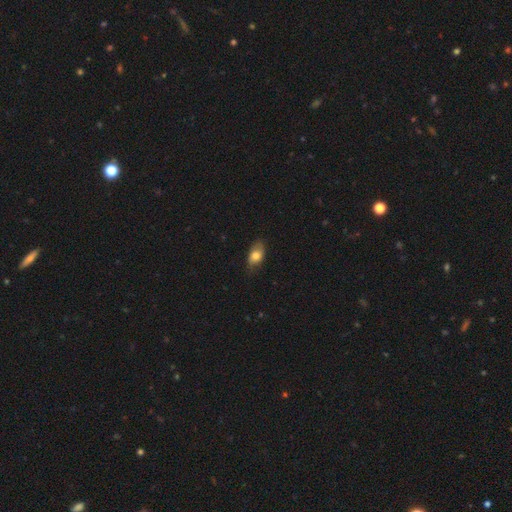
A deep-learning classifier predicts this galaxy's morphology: smooth_or_featured: smooth (p=0.76) [alt: featured or disk p=0.16]
how_rounded: in between (p=0.88) [alt: round p=0.08]
merging: none (p=0.74) [alt: minor disturbance p=0.21]